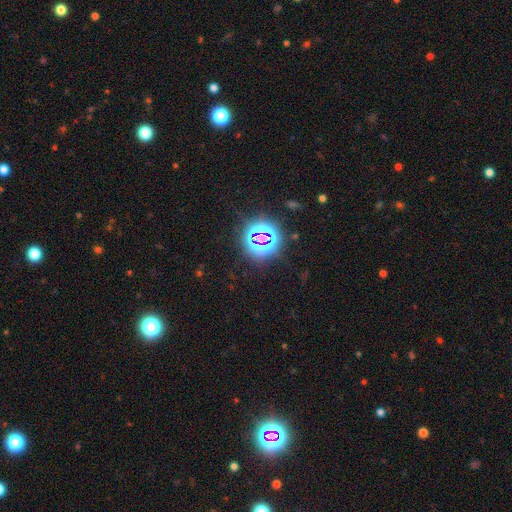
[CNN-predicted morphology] Smooth or featured? Predicted: star or artifact (p=0.73).